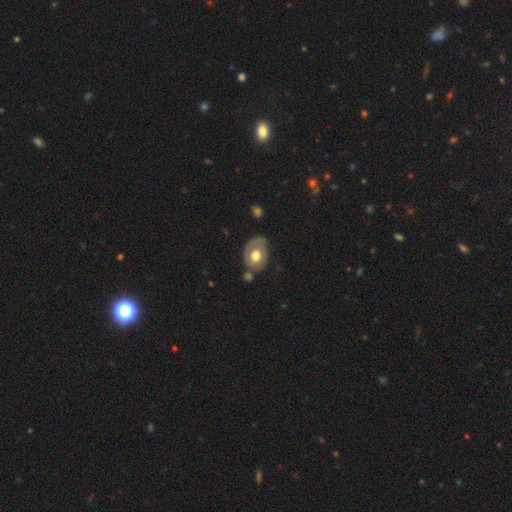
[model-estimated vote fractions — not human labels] Smooth or featured? Predicted: smooth (p=0.49). Merging? Predicted: none (p=0.54).